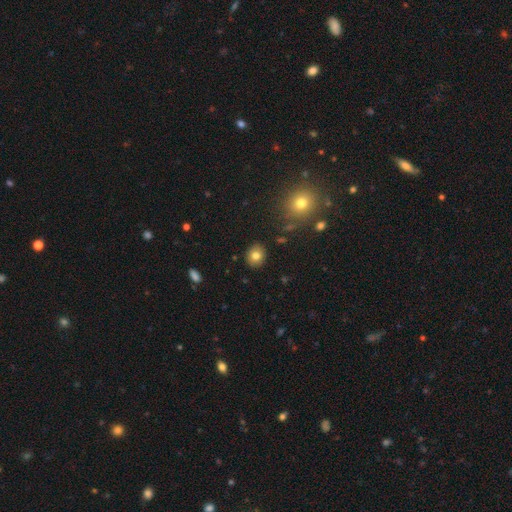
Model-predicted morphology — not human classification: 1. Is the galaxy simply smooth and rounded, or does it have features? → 79% smooth, 11% star or artifact, 10% featured or disk.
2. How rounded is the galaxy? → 70% round, 29% in between, 1% cigar-shaped.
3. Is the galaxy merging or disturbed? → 89% none, 8% minor disturbance, 2% major disturbance, 2% merger.